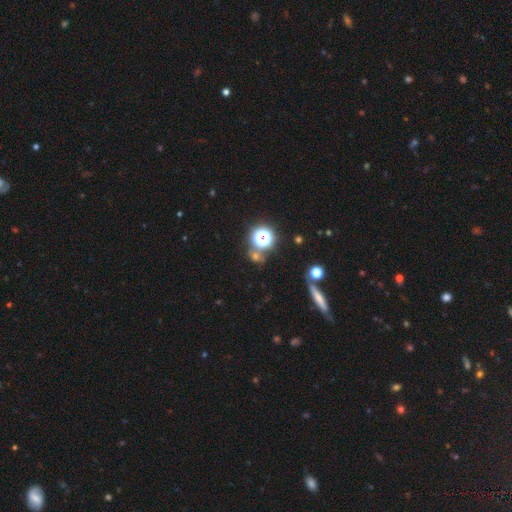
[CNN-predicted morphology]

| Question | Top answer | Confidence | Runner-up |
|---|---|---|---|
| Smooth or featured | smooth | 48% | star or artifact (42%) |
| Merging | none | 68% | merger (16%) |